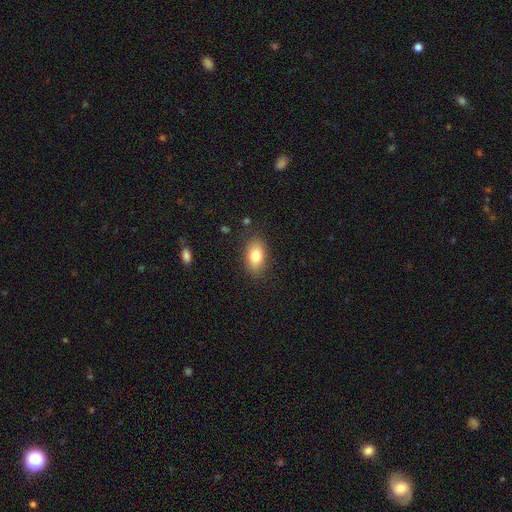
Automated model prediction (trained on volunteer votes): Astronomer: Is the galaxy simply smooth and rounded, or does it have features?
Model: smooth — 80%.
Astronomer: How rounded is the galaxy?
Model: in between — 88%.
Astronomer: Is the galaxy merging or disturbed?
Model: none — 85%.